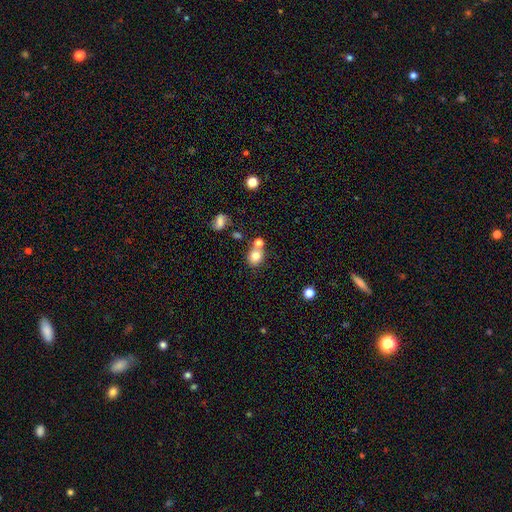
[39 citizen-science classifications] This is likely a smooth galaxy (74%). How rounded: likely round (62%). Merging: likely none (69%).